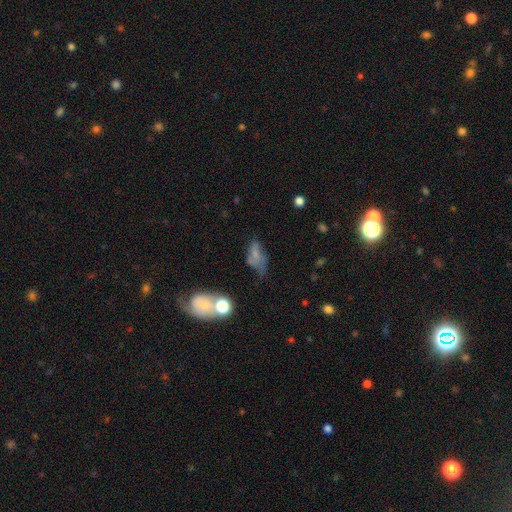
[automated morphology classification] Smooth or featured?
  - smooth: 55% *
  - featured or disk: 30%
  - star or artifact: 15%
How rounded?
  - in between: 83% *
  - round: 9%
  - cigar-shaped: 8%
Merging?
  - none: 31% *
  - major disturbance: 29%
  - minor disturbance: 28%
  - merger: 13%